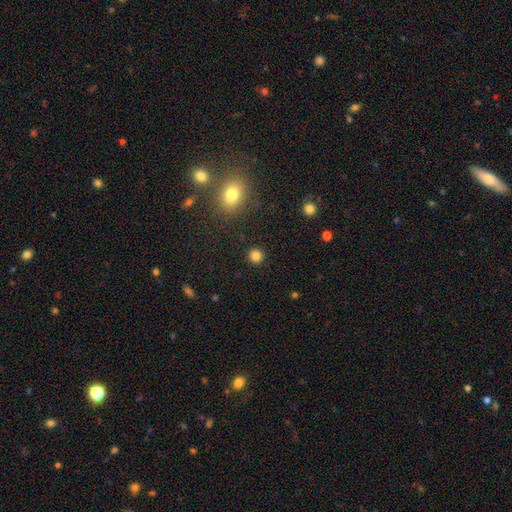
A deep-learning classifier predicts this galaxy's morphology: Smooth or featured: smooth — 84% (star or artifact — 12%)
How rounded: round — 91% (in between — 8%)
Merging: none — 91% (minor disturbance — 5%)